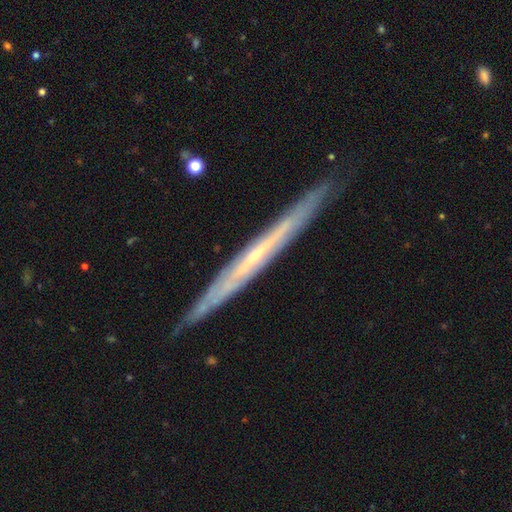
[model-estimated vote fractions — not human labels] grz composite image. It shows a featured or disk galaxy (77%) viewed edge-on (93%) with no central bulge (63%). Merging: none (87%).